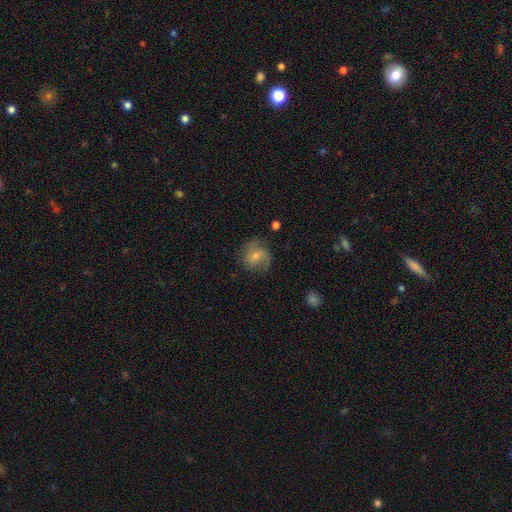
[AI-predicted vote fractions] smooth_or_featured: smooth (p=0.47) [alt: featured or disk p=0.44]
merging: none (p=0.67) [alt: minor disturbance p=0.22]